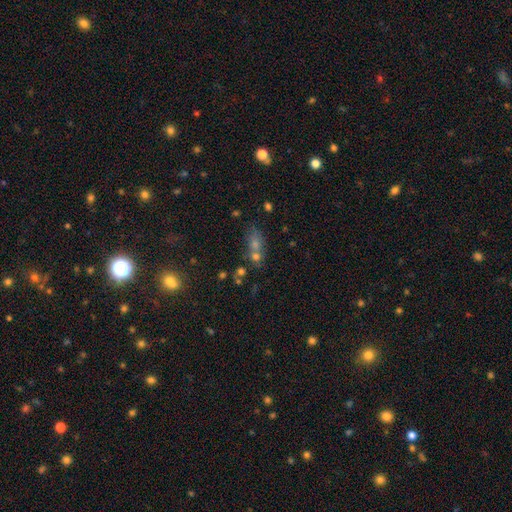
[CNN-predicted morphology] smooth_or_featured: smooth (p=0.55) [alt: star or artifact p=0.28]
how_rounded: round (p=0.48) [alt: in between p=0.46]
merging: merger (p=0.46) [alt: none p=0.39]